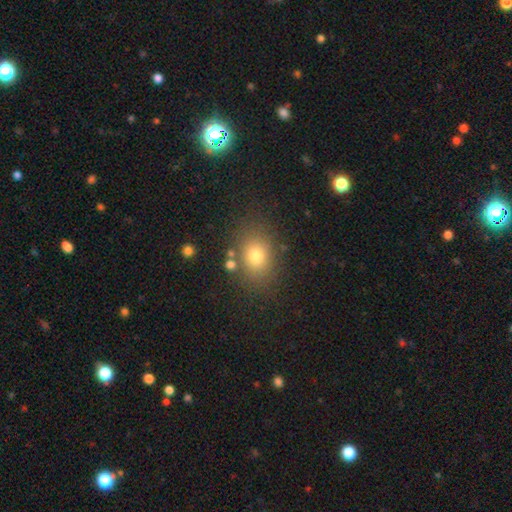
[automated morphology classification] Smooth or featured: smooth — 76% (star or artifact — 13%)
How rounded: in between — 62% (round — 37%)
Merging: none — 78% (minor disturbance — 12%)